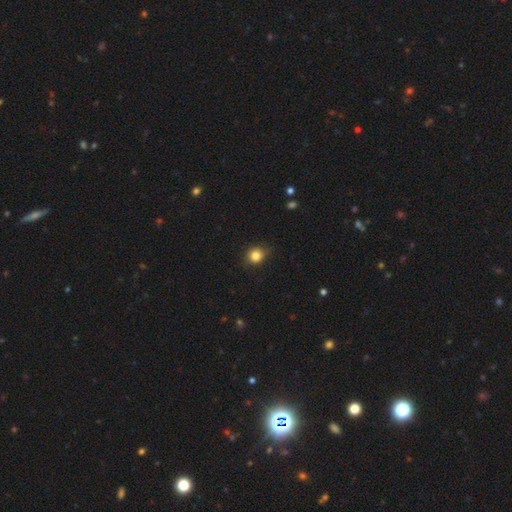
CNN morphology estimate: Smooth or featured: smooth — 83% (star or artifact — 11%)
How rounded: round — 79% (in between — 20%)
Merging: none — 81% (minor disturbance — 15%)